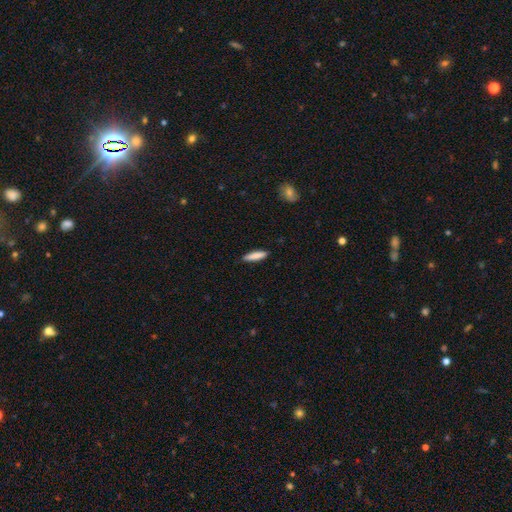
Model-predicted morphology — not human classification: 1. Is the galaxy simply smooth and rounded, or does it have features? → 85% smooth, 10% featured or disk, 6% star or artifact.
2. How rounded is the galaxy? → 79% cigar-shaped, 20% in between, 1% round.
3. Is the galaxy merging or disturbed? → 89% none, 8% minor disturbance, 2% major disturbance, 1% merger.